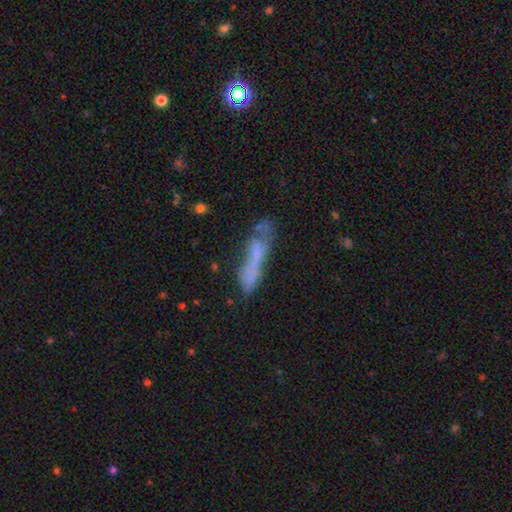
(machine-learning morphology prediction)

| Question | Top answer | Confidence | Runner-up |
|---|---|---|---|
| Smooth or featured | smooth | 54% | featured or disk (34%) |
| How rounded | cigar-shaped | 79% | in between (19%) |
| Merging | none | 35% | major disturbance (25%) |